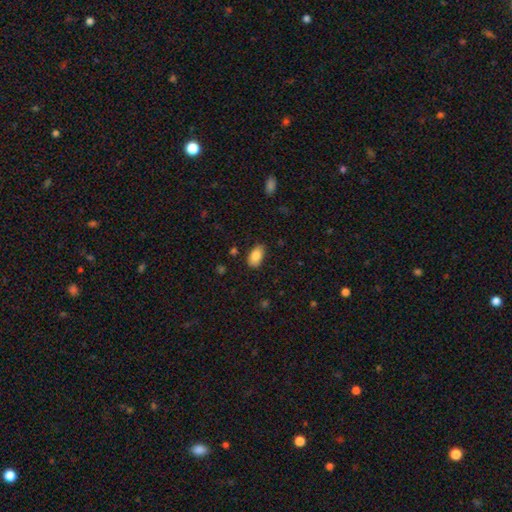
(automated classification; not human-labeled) Smooth or featured?
  - smooth: 85% *
  - featured or disk: 8%
  - star or artifact: 7%
How rounded?
  - in between: 93% *
  - round: 6%
  - cigar-shaped: 2%
Merging?
  - none: 82% *
  - minor disturbance: 14%
  - major disturbance: 3%
  - merger: 1%